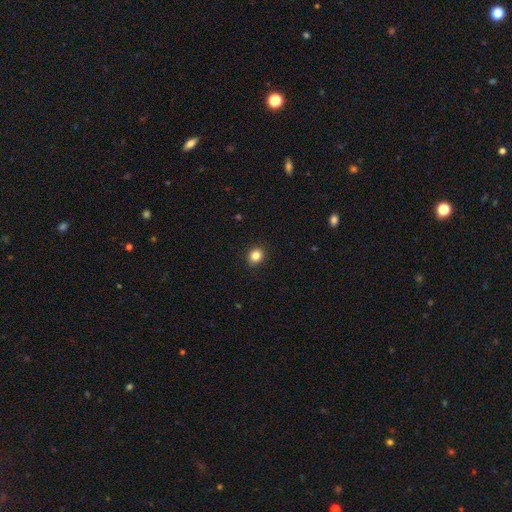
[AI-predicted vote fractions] Smooth or featured?
  - smooth: 85% *
  - star or artifact: 10%
  - featured or disk: 5%
How rounded?
  - round: 77% *
  - in between: 22%
  - cigar-shaped: 1%
Merging?
  - none: 91% *
  - minor disturbance: 6%
  - major disturbance: 2%
  - merger: 1%